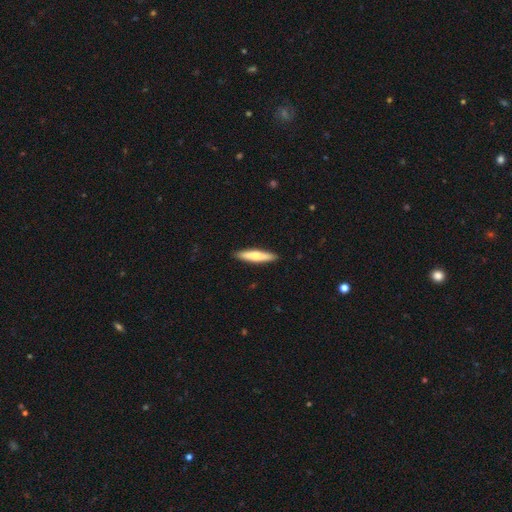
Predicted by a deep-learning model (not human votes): smooth_or_featured: smooth (p=0.62) [alt: featured or disk p=0.33]
how_rounded: cigar-shaped (p=0.85) [alt: in between p=0.14]
merging: none (p=0.91) [alt: minor disturbance p=0.07]